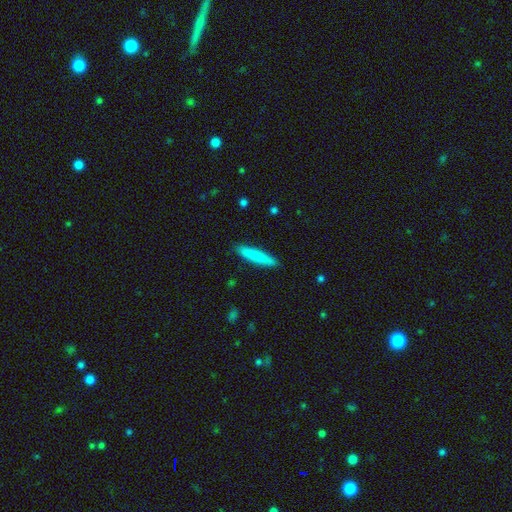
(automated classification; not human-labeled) A smooth galaxy with no disk features (80%) that is cigar-shaped (92%).

Vote fractions:
- Smooth or featured? smooth: 80% / featured or disk: 14% / star or artifact: 6%
- How rounded? cigar-shaped: 92% / in between: 7% / round: 1%
- Merging? none: 89% / minor disturbance: 9% / major disturbance: 2% / merger: 1%